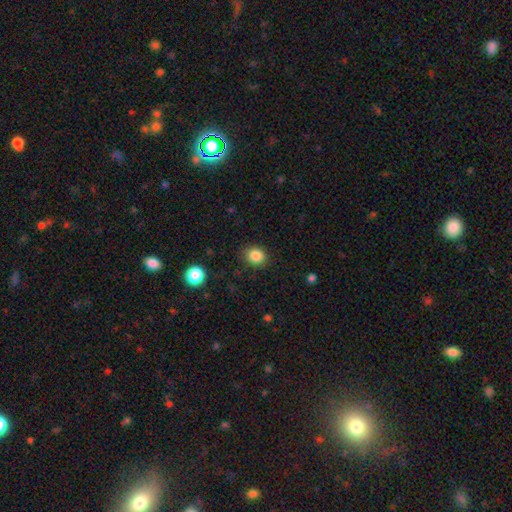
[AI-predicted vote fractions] Smooth or featured?
  - smooth: 85% *
  - star or artifact: 11%
  - featured or disk: 4%
How rounded?
  - round: 66% *
  - in between: 33%
  - cigar-shaped: 1%
Merging?
  - none: 86% *
  - minor disturbance: 10%
  - major disturbance: 3%
  - merger: 1%